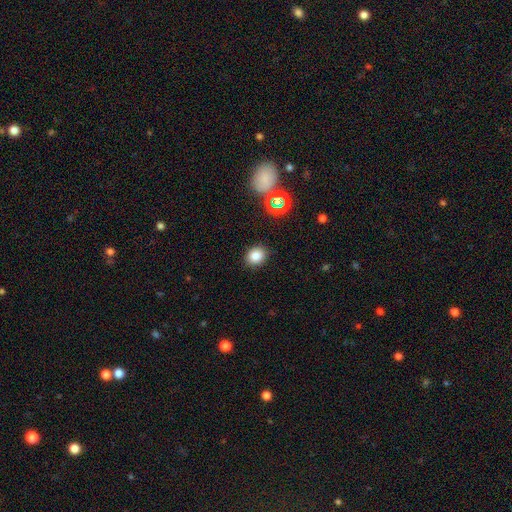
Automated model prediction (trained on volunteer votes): This is clearly a smooth galaxy (80%). How rounded: likely round (63%). Merging: clearly none (88%).